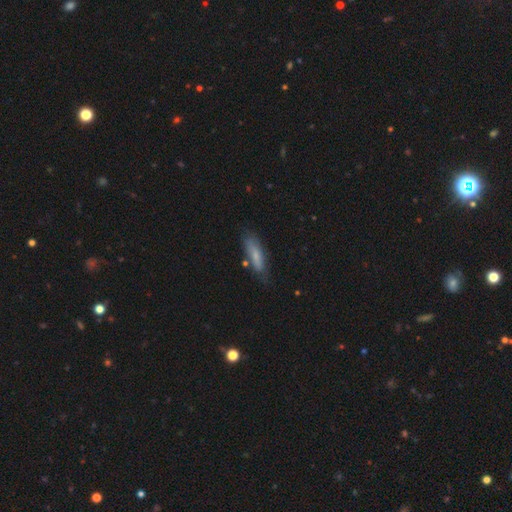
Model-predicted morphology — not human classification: The model was most divided on "how rounded": cigar-shaped: 60%, in between: 38%, round: 2%. More confident: merging — none (69%); smooth or featured — smooth (68%).